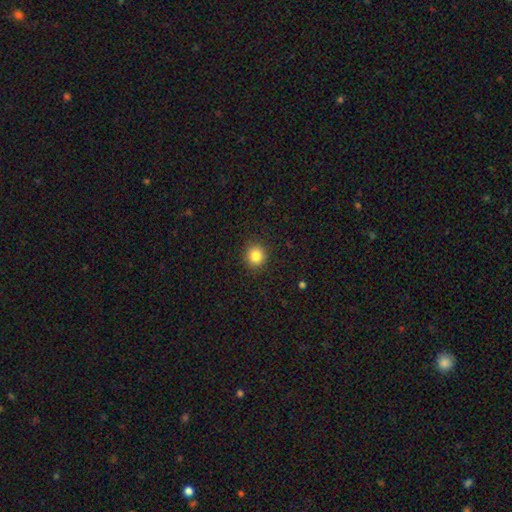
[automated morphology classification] smooth_or_featured: smooth (p=0.84) [alt: star or artifact p=0.11]
how_rounded: round (p=0.90) [alt: in between p=0.09]
merging: none (p=0.91) [alt: minor disturbance p=0.06]